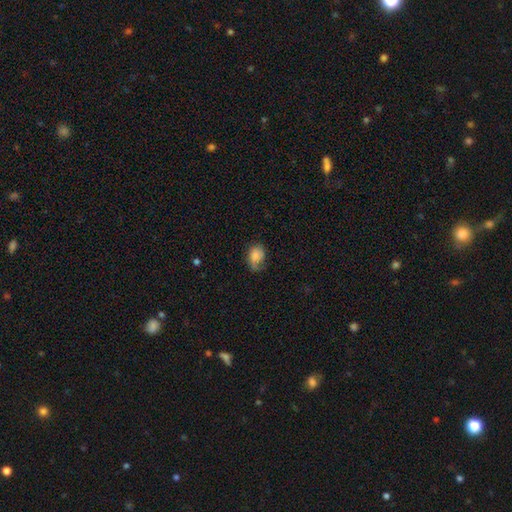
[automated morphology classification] Smooth or featured?
  - smooth: 77% *
  - featured or disk: 14%
  - star or artifact: 9%
How rounded?
  - in between: 74% *
  - round: 25%
  - cigar-shaped: 1%
Merging?
  - none: 43% *
  - minor disturbance: 37%
  - major disturbance: 18%
  - merger: 2%